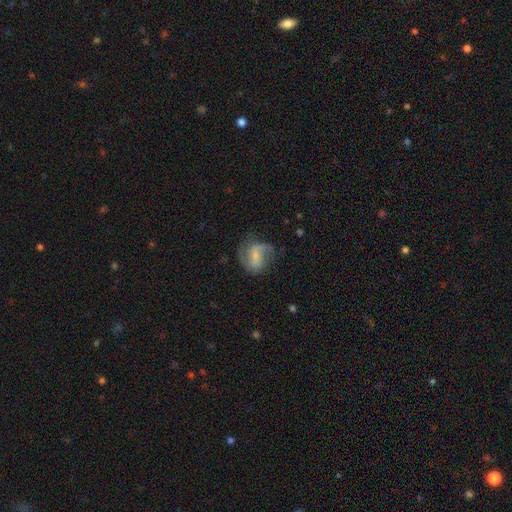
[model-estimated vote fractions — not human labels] Smooth or featured? featured or disk (68%)
Edge-on disk? no (97%)
Bar? weak (49%)
Spiral arms? yes (90%)
Spiral winding? medium (44%)
Spiral arm count? 2 (76%)
Bulge size? small (51%)
Merging? none (56%)